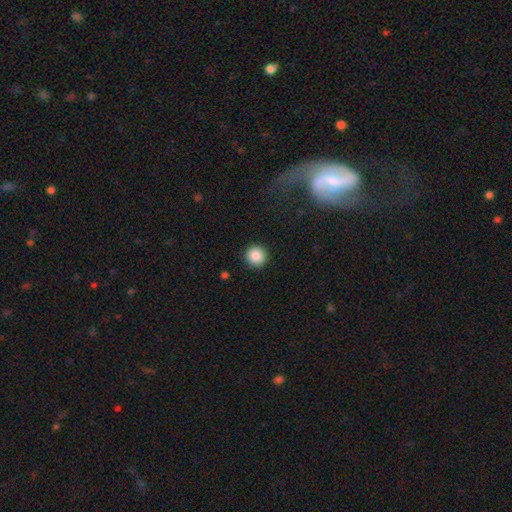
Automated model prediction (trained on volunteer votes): Smooth or featured?
  - smooth: 88% *
  - star or artifact: 9%
  - featured or disk: 3%
How rounded?
  - round: 95% *
  - in between: 4%
  - cigar-shaped: 1%
Merging?
  - none: 92% *
  - minor disturbance: 5%
  - major disturbance: 2%
  - merger: 1%